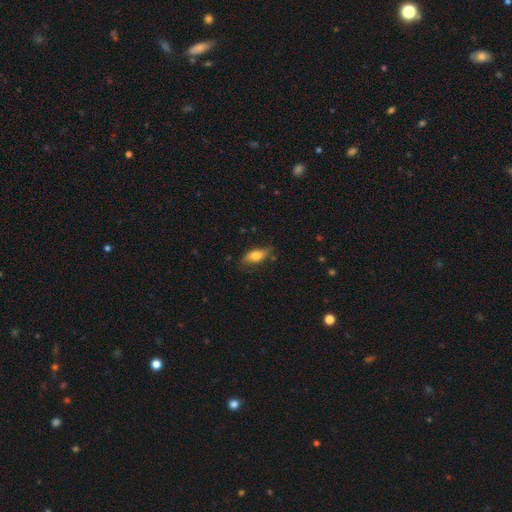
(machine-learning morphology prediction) Q: Smooth or featured?
A: smooth (74%); runner-up: featured or disk (19%)
Q: How rounded?
A: in between (79%); runner-up: cigar-shaped (18%)
Q: Merging?
A: none (74%); runner-up: minor disturbance (21%)